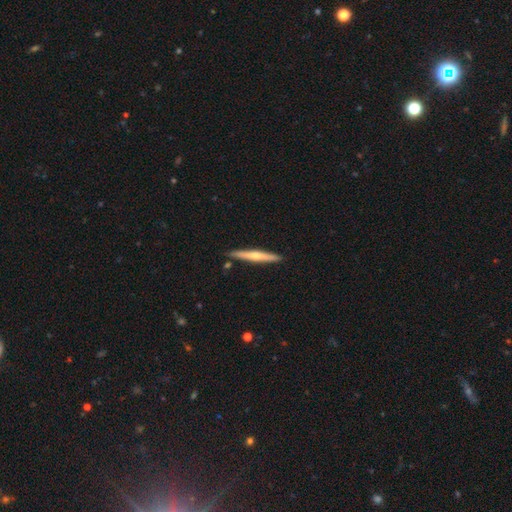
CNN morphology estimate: featured or disk 51%, smooth 44%, star or artifact 5%. Down the decision tree: edge-on disk — yes (96%); merging — none (88%).